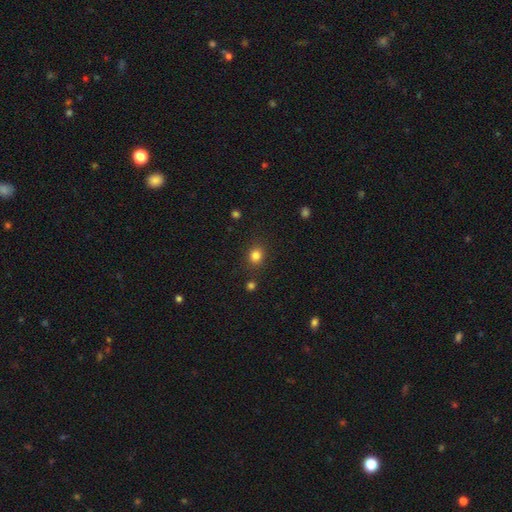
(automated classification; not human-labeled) smooth-or-featured: smooth: 82% | star or artifact: 13% | featured or disk: 5%
  how-rounded: round: 74% | in between: 25% | cigar-shaped: 1%
  merging: none: 85% | minor disturbance: 9% | major disturbance: 3% | merger: 3%